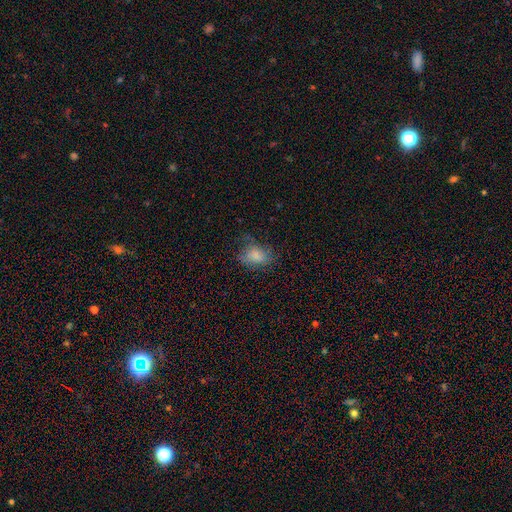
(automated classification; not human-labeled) Overall: smooth (72%). How rounded: in between (73%). Merging: none (50%; minor disturbance 27%).